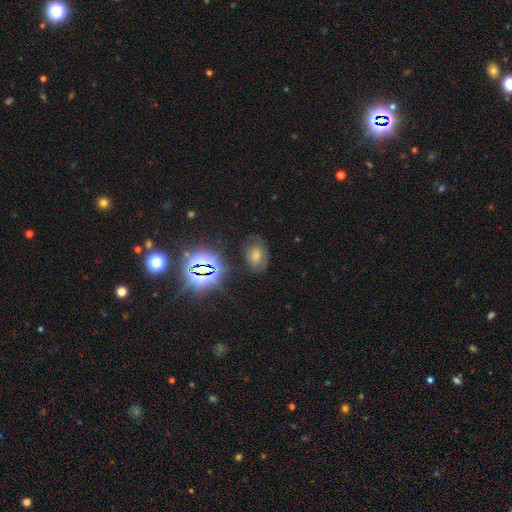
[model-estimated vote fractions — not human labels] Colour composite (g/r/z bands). It shows a smooth galaxy with no disk features (55%) that is in between round and cigar-shaped (78%). Merging: none (66%).